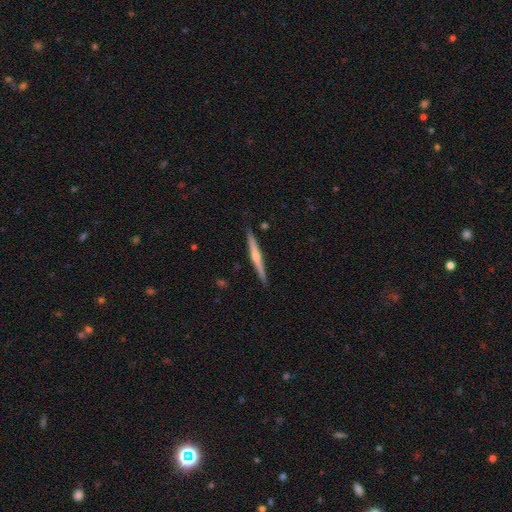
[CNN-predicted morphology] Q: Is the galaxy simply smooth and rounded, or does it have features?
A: featured or disk — 69%.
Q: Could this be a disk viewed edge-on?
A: yes — 98%.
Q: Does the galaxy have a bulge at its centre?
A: rounded — 76%.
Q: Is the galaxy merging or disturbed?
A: none — 91%.